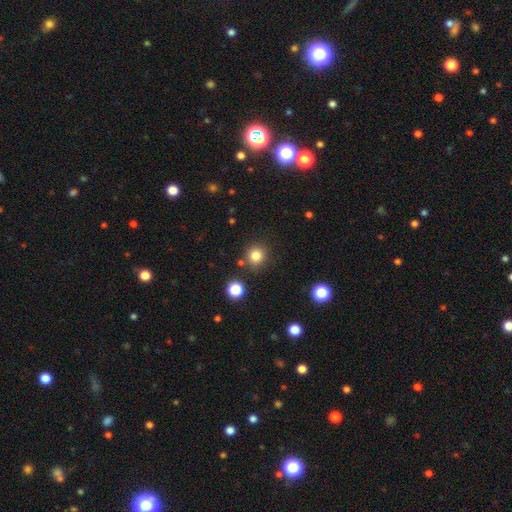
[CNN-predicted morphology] smooth-or-featured: smooth: 82% | star or artifact: 13% | featured or disk: 6%
  how-rounded: round: 91% | in between: 8% | cigar-shaped: 1%
  merging: none: 83% | minor disturbance: 8% | merger: 6% | major disturbance: 3%